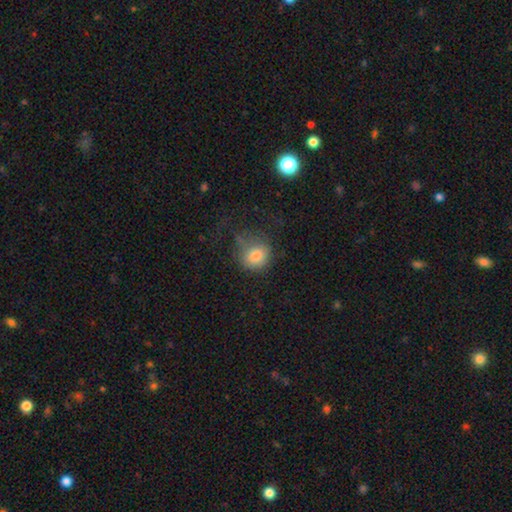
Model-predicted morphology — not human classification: Smooth or featured?
  - smooth: 78% *
  - star or artifact: 11%
  - featured or disk: 11%
How rounded?
  - round: 80% *
  - in between: 19%
  - cigar-shaped: 1%
Merging?
  - none: 51% *
  - minor disturbance: 23%
  - major disturbance: 23%
  - merger: 3%